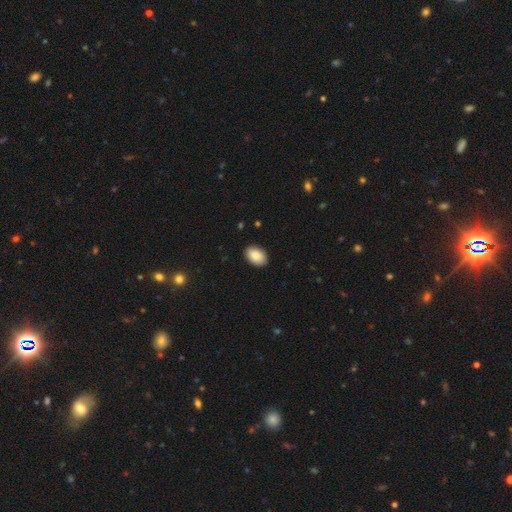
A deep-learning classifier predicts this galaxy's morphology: A smooth galaxy with no disk features (87%) that is in between round and cigar-shaped (88%). Merging: none (90%).